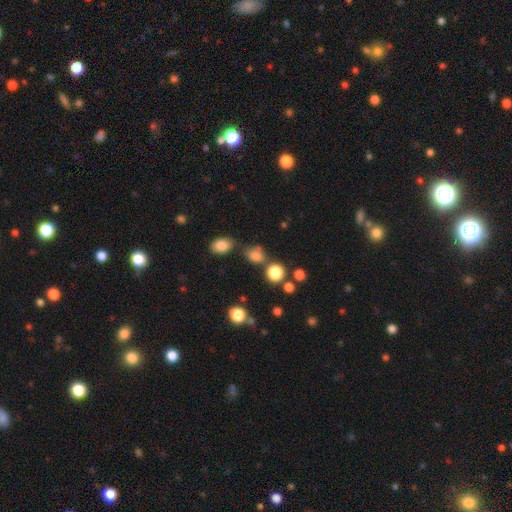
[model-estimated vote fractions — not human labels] This appears to be a smooth galaxy with no disk features (76%) that is round (56%). Merging: none (61%).